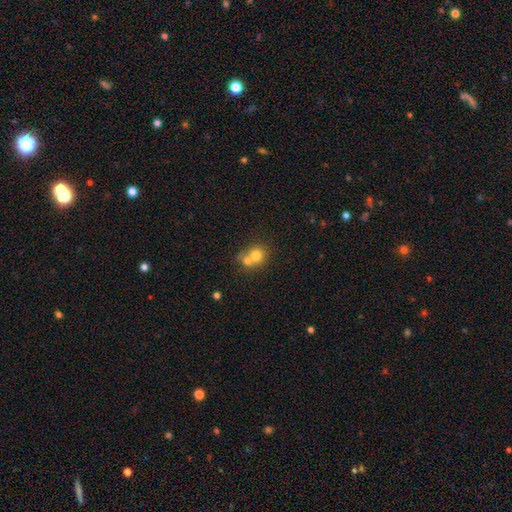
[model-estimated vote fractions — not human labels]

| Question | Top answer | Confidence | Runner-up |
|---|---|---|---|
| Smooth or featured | smooth | 72% | featured or disk (17%) |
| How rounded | round | 77% | in between (22%) |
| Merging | merger | 59% | none (32%) |